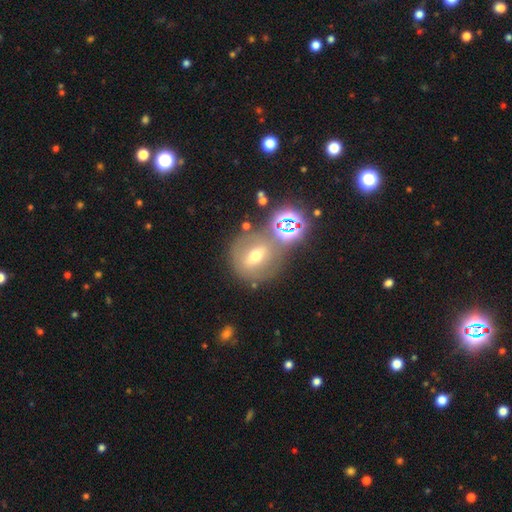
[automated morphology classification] smooth 40%, featured or disk 38%, star or artifact 22%. Down the decision tree: merging — none (67%).